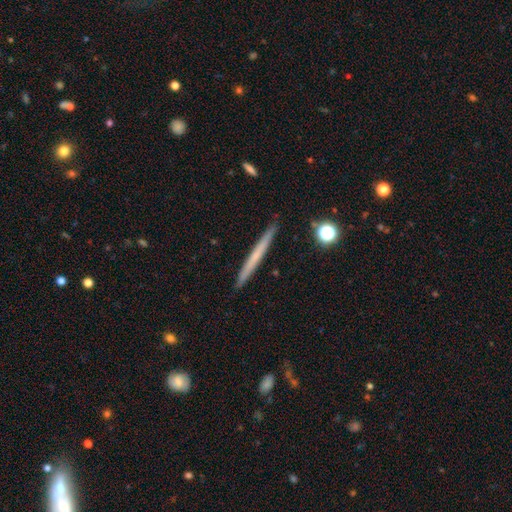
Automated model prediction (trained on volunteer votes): A smooth galaxy with no disk features (53%) that is cigar-shaped (97%).

Vote fractions:
- Smooth or featured? smooth: 53% / featured or disk: 41% / star or artifact: 6%
- How rounded? cigar-shaped: 97% / in between: 2% / round: 1%
- Merging? none: 91% / minor disturbance: 6% / major disturbance: 1% / merger: 1%